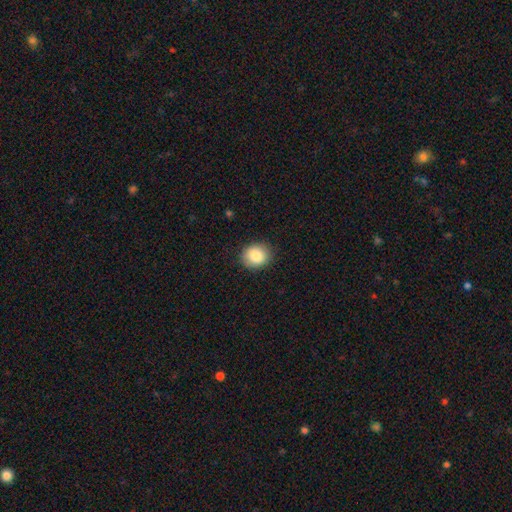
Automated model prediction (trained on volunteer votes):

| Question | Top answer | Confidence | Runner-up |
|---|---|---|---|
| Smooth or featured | smooth | 86% | star or artifact (8%) |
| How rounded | round | 73% | in between (26%) |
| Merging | none | 88% | minor disturbance (9%) |